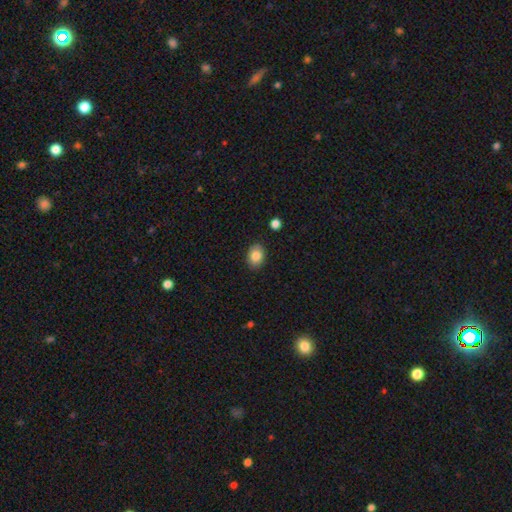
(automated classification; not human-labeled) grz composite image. It shows a smooth galaxy with no disk features (84%) that is in between round and cigar-shaped (69%). Merging: none (88%).